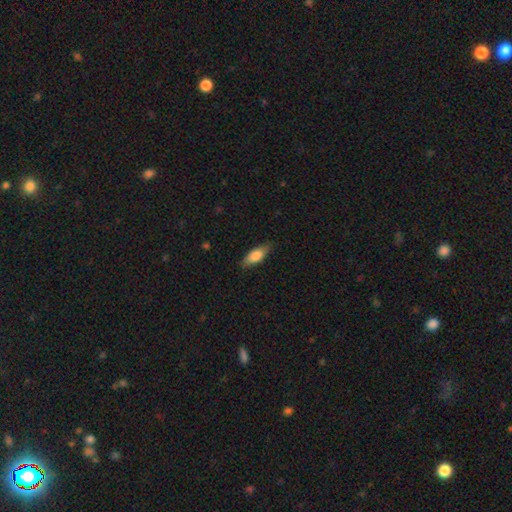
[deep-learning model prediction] Smooth or featured? smooth (77%)
How rounded? in between (69%)
Merging? none (82%)